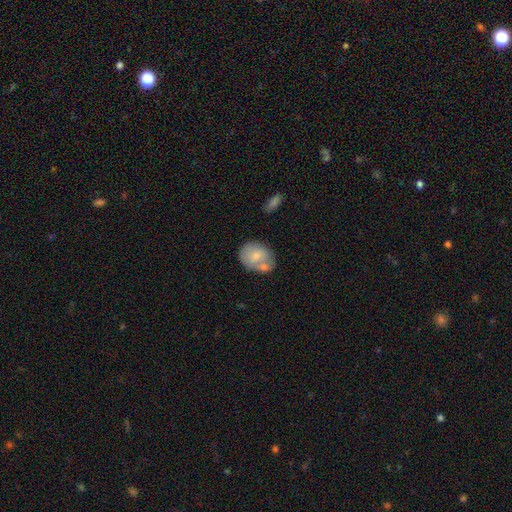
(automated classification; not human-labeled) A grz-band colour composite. It shows a smooth galaxy with no disk features (67%) that is round (50%). Merging: none (44%).